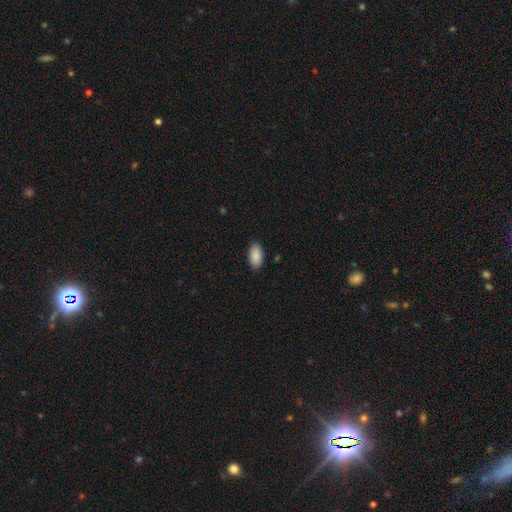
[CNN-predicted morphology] Smooth or featured?
  - smooth: 90% *
  - star or artifact: 6%
  - featured or disk: 4%
How rounded?
  - in between: 95% *
  - cigar-shaped: 3%
  - round: 2%
Merging?
  - none: 89% *
  - minor disturbance: 8%
  - major disturbance: 2%
  - merger: 1%